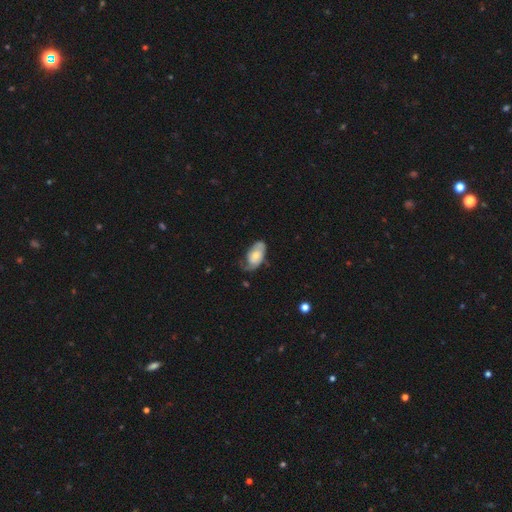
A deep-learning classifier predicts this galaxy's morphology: A featured or disk galaxy (54%) with no bar (79%), spiral arms (74%) and a moderate central bulge (50%).

Vote fractions:
- Smooth or featured? featured or disk: 54% / smooth: 40% / star or artifact: 6%
- Edge-on disk? no: 94% / yes: 6%
- Bar? no: 79% / weak: 17% / strong: 3%
- Spiral arms? yes: 74% / no: 26%
- Bulge size? moderate: 50% / small: 38% / large: 7% / none: 3% / dominant: 2%
- Merging? none: 45% / minor disturbance: 33% / major disturbance: 20% / merger: 2%